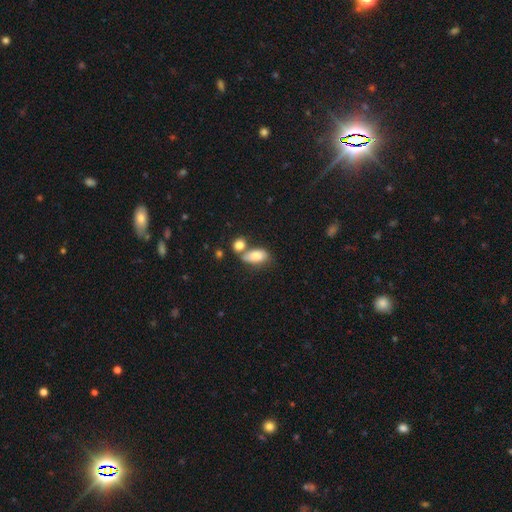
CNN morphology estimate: smooth 81%, featured or disk 12%, star or artifact 8%. Down the decision tree: how rounded — in between (89%); merging — none (41%).